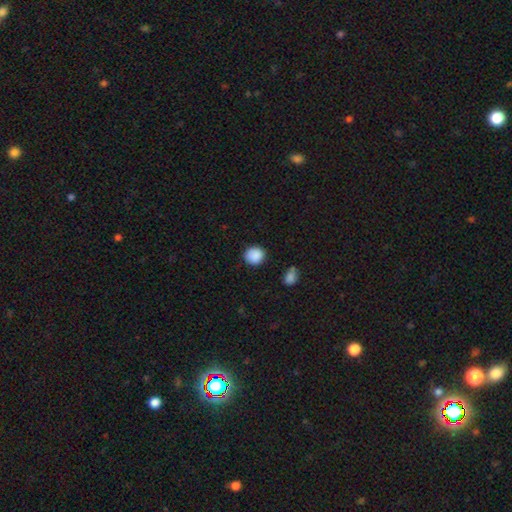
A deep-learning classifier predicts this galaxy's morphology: Smooth or featured? smooth (89%)
How rounded? round (86%)
Merging? none (85%)